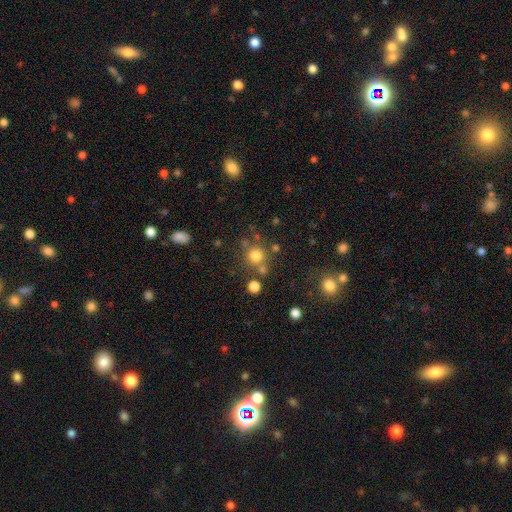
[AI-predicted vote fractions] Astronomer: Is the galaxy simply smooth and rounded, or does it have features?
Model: smooth — 76%.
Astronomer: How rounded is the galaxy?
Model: round — 93%.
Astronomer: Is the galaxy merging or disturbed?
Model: none — 72%.